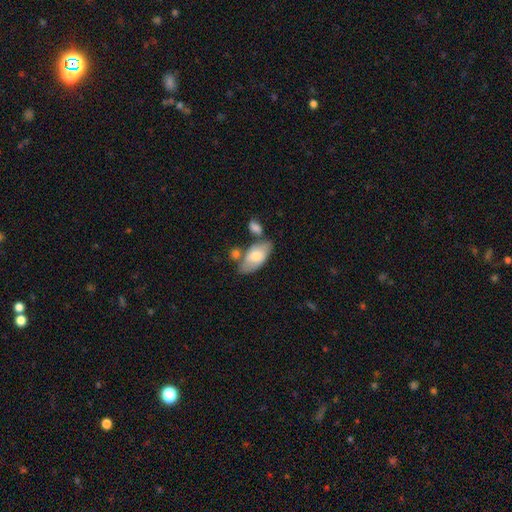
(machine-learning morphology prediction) smooth_or_featured: smooth (p=0.67) [alt: featured or disk p=0.28]
how_rounded: in between (p=0.93) [alt: round p=0.04]
merging: none (p=0.54) [alt: minor disturbance p=0.20]